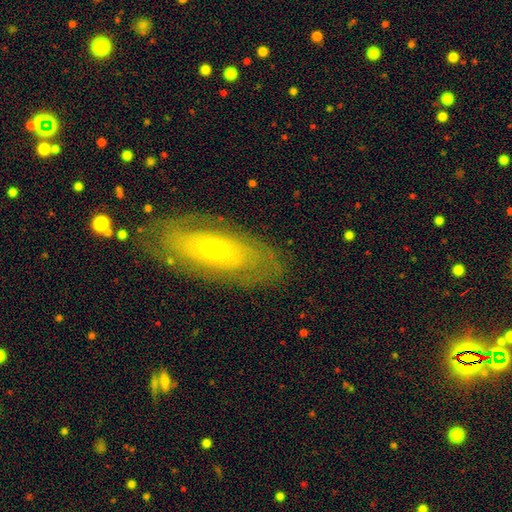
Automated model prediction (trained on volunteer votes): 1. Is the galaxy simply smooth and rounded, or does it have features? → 61% featured or disk, 26% smooth, 13% star or artifact.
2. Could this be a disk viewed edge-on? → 76% no, 24% yes.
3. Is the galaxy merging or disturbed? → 84% none, 12% minor disturbance, 3% major disturbance, 1% merger.